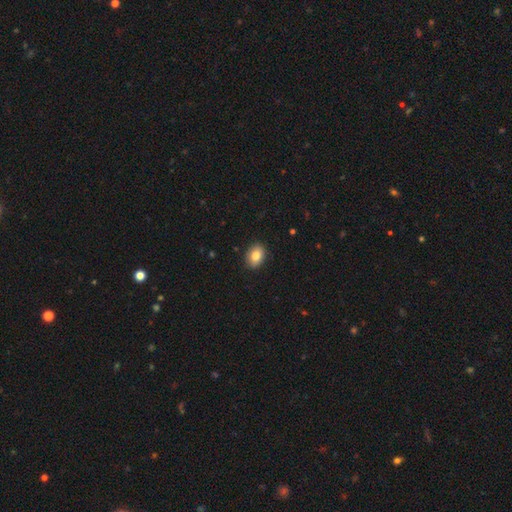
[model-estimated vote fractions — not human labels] Morphology: type=smooth (82%); roundness=in between (73%); merging=none (89%).